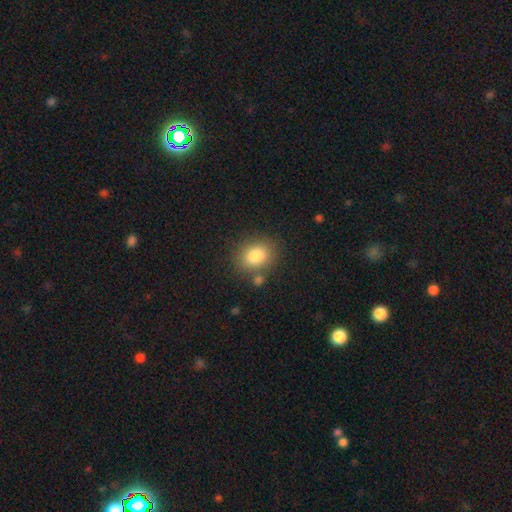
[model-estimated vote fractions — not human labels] smooth-or-featured: smooth: 83% | star or artifact: 9% | featured or disk: 8%
  how-rounded: in between: 55% | round: 44% | cigar-shaped: 1%
  merging: none: 74% | minor disturbance: 13% | merger: 9% | major disturbance: 4%